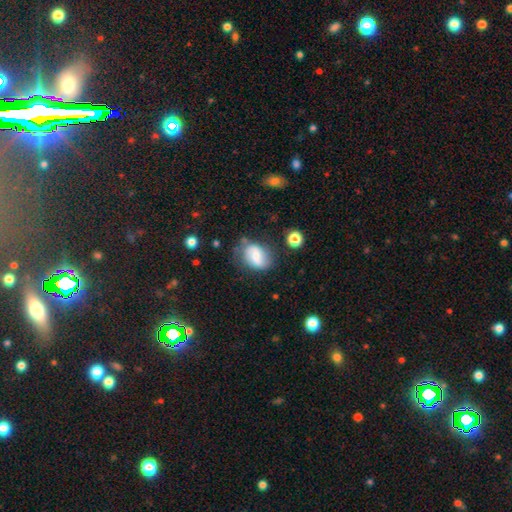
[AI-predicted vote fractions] Q: Smooth or featured?
A: smooth (52%); runner-up: featured or disk (39%)
Q: How rounded?
A: in between (68%); runner-up: round (31%)
Q: Merging?
A: none (60%); runner-up: minor disturbance (25%)